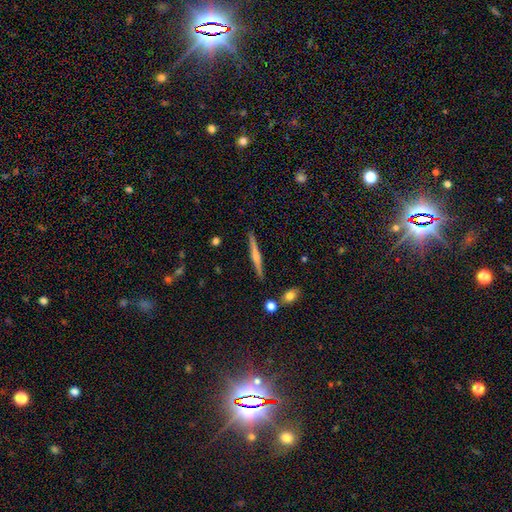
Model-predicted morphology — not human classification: Smooth or featured?
  - featured or disk: 62% *
  - smooth: 32%
  - star or artifact: 6%
Edge-on disk?
  - yes: 98% *
  - no: 2%
Edge-on bulge?
  - rounded: 66% *
  - none: 18%
  - boxy: 15%
Merging?
  - none: 89% *
  - minor disturbance: 7%
  - merger: 2%
  - major disturbance: 2%